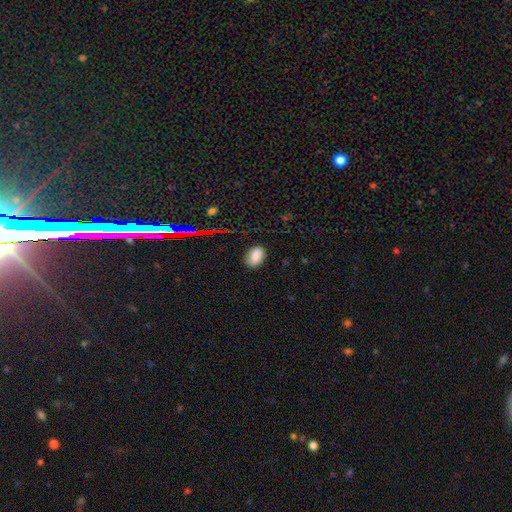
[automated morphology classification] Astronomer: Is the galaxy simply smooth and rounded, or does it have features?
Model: smooth — 83%.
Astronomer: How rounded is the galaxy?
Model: in between — 83%.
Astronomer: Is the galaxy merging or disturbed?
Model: none — 80%.